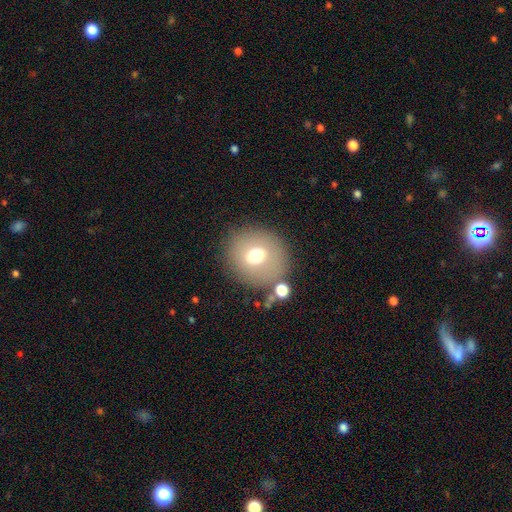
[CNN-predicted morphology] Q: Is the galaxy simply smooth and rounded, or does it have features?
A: smooth — 64%.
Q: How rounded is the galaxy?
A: round — 85%.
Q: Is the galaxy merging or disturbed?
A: none — 78%.